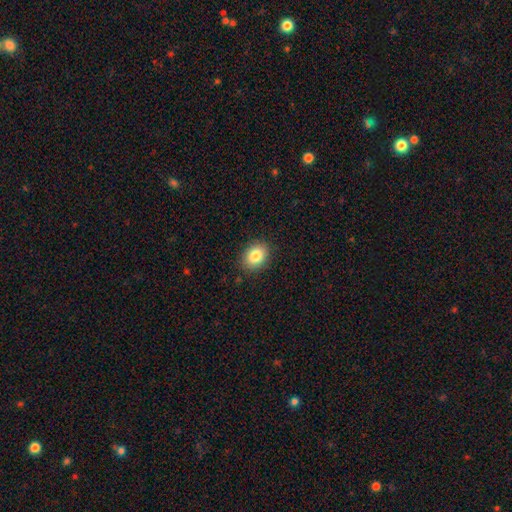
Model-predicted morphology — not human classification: Q: Smooth or featured?
A: smooth (84%); runner-up: star or artifact (9%)
Q: How rounded?
A: in between (63%); runner-up: round (37%)
Q: Merging?
A: none (88%); runner-up: minor disturbance (9%)